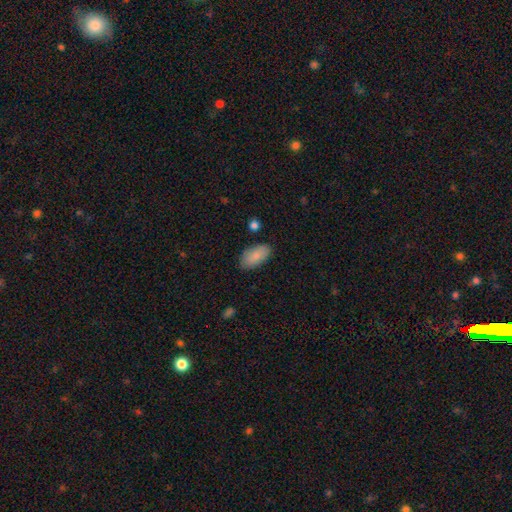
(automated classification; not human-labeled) The model was most divided on "merging": none: 84%, minor disturbance: 12%, major disturbance: 3%, merger: 2%. More confident: how rounded — in between (93%); smooth or featured — smooth (87%).